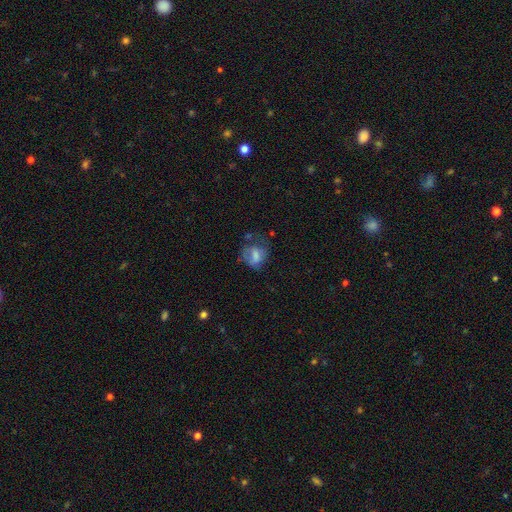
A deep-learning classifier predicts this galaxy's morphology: Smooth or featured? Predicted: smooth (p=0.59). How rounded? Predicted: in between (p=0.53). Merging? Predicted: none (p=0.37).